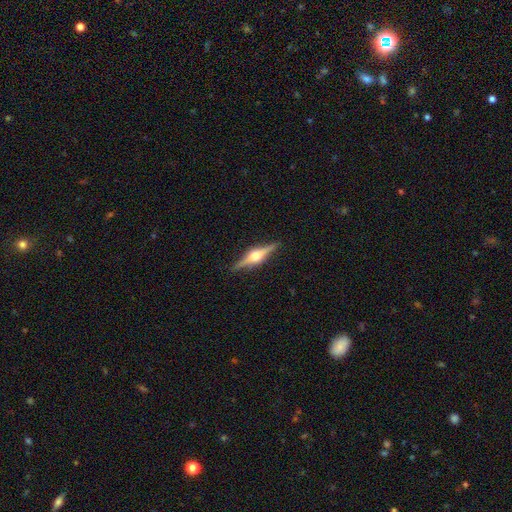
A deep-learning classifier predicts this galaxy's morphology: This is clearly a featured or disk galaxy (81%). It is clearly viewed edge-on (98%). Edge-on bulge: clearly rounded (92%). Merging: clearly none (90%).